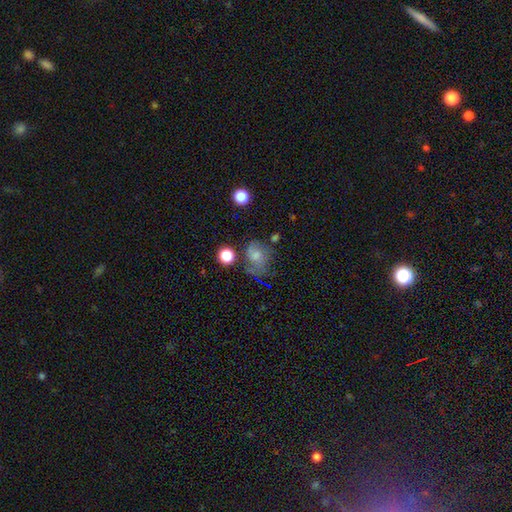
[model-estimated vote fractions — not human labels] The model was most divided on "how rounded": round: 52%, in between: 47%, cigar-shaped: 1%. Remaining: smooth or featured — smooth (55%); merging — none (43%).